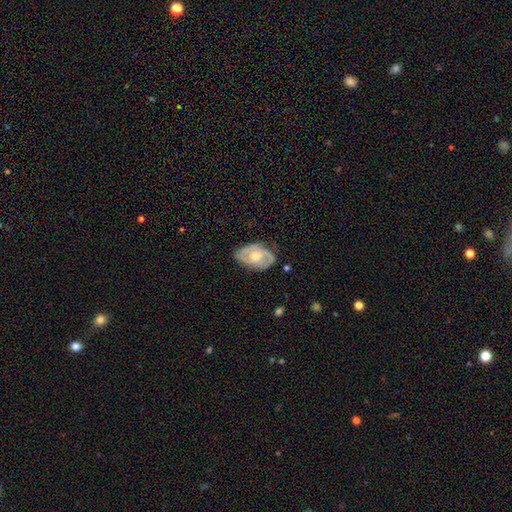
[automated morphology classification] Q: Smooth or featured?
A: featured or disk (68%); runner-up: smooth (26%)
Q: Edge-on disk?
A: no (95%); runner-up: yes (5%)
Q: Bar?
A: no (64%); runner-up: weak (29%)
Q: Spiral arms?
A: yes (80%); runner-up: no (20%)
Q: Spiral winding?
A: medium (42%); runner-up: tight (41%)
Q: Spiral arm count?
A: 2 (69%); runner-up: can't tell (18%)
Q: Bulge size?
A: moderate (53%); runner-up: small (41%)
Q: Merging?
A: none (72%); runner-up: minor disturbance (21%)